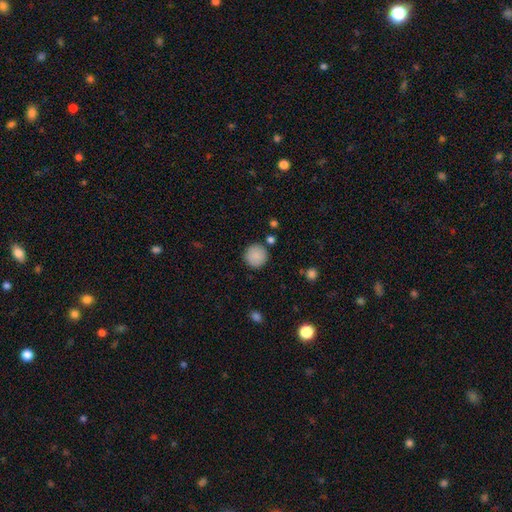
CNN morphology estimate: Smooth or featured: smooth — 88% (star or artifact — 8%)
How rounded: round — 95% (in between — 4%)
Merging: none — 88% (minor disturbance — 7%)